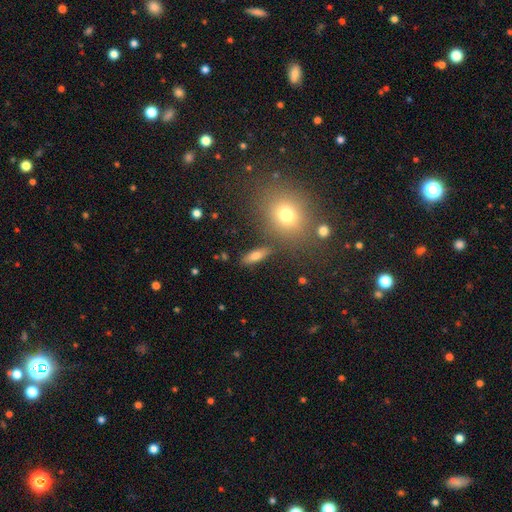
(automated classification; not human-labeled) Q: Smooth or featured?
A: smooth (71%); runner-up: featured or disk (19%)
Q: How rounded?
A: in between (52%); runner-up: cigar-shaped (41%)
Q: Merging?
A: none (83%); runner-up: minor disturbance (9%)